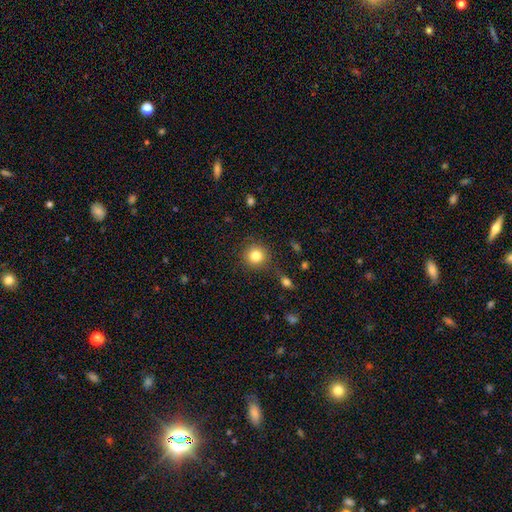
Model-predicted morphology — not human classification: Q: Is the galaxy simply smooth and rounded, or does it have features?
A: smooth — 82%.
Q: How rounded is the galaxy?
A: round — 93%.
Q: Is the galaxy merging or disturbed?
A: none — 85%.